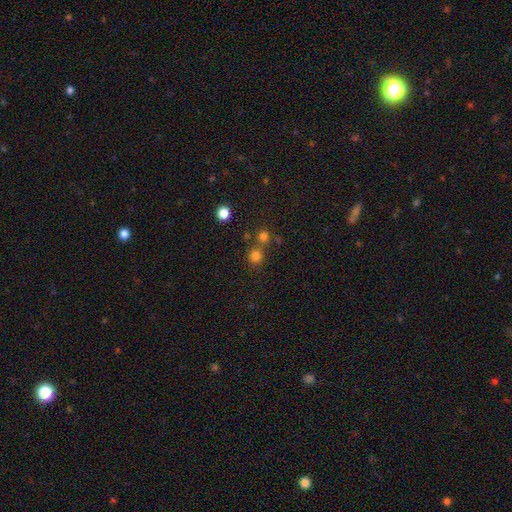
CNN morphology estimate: Smooth or featured: smooth — 77% (star or artifact — 17%)
How rounded: round — 89% (in between — 10%)
Merging: none — 69% (merger — 20%)